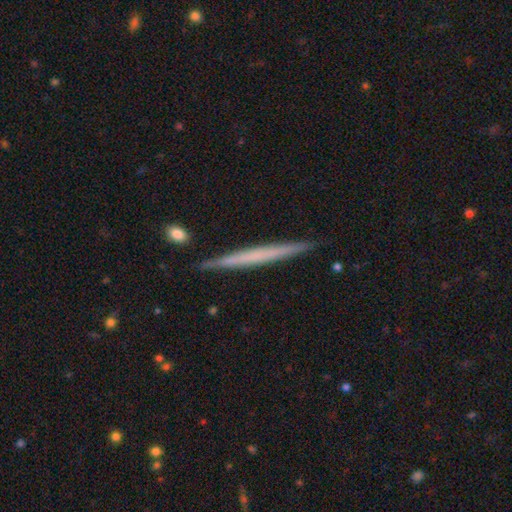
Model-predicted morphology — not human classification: Overall: featured or disk (52%; smooth 42%). Edge-on disk: yes (97%). Edge-on bulge: none (88%). Merging: none (90%).